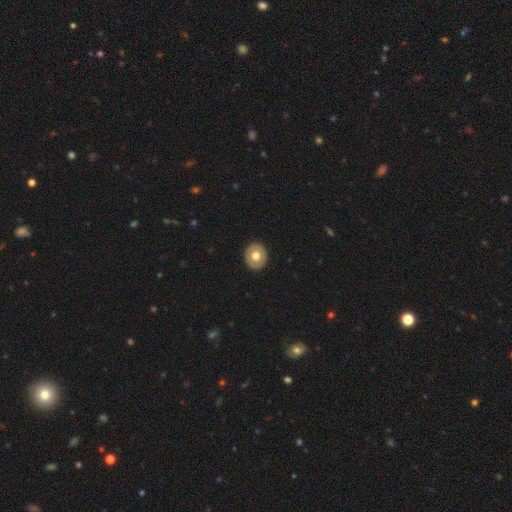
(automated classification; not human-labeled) Q: Smooth or featured?
A: smooth (62%); runner-up: featured or disk (32%)
Q: How rounded?
A: round (79%); runner-up: in between (20%)
Q: Merging?
A: none (91%); runner-up: minor disturbance (6%)